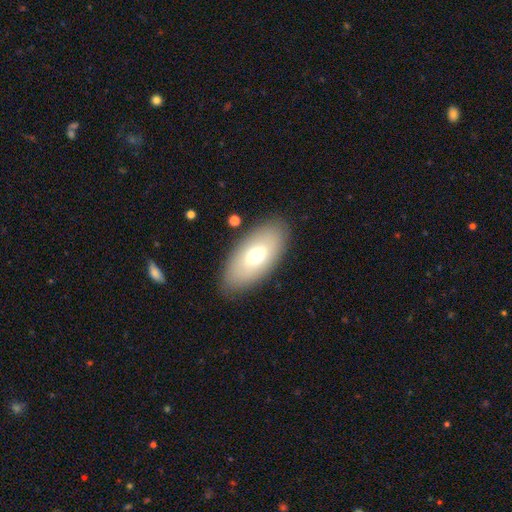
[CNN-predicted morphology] smooth 66%, featured or disk 27%, star or artifact 7%. Down the decision tree: how rounded — in between (92%); merging — none (85%).